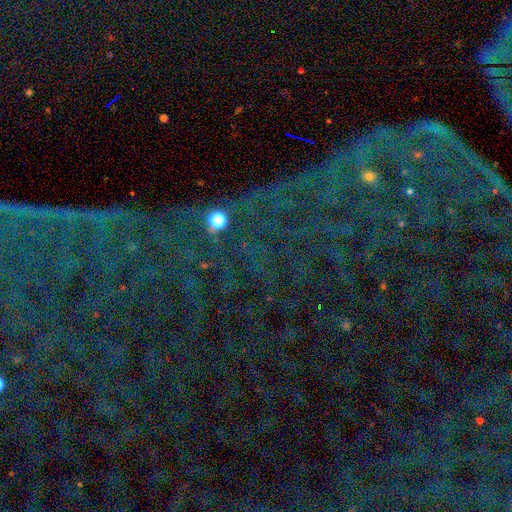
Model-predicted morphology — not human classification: type=star or artifact (81%).